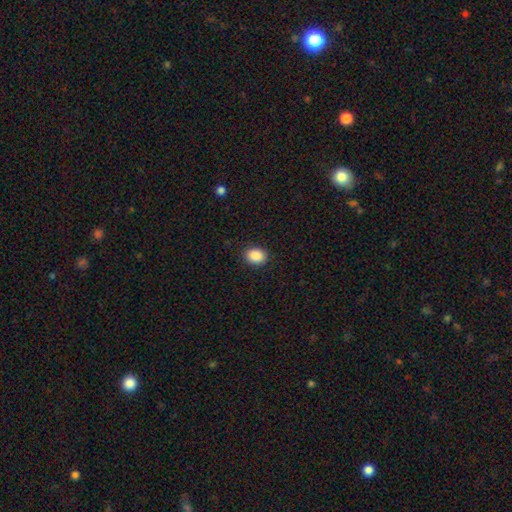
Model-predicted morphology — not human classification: This appears to be a smooth galaxy with no disk features (89%) that is in between round and cigar-shaped (55%). Merging: none (89%).